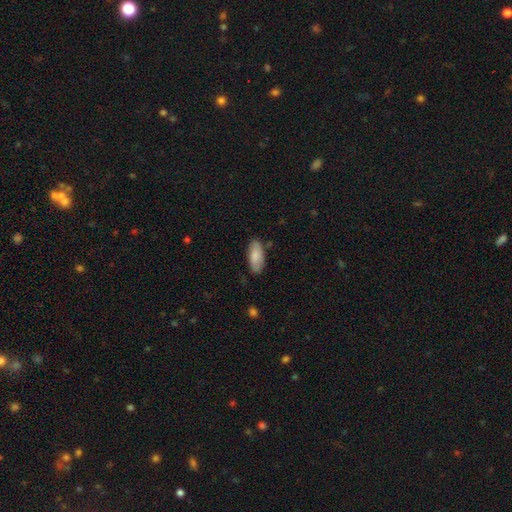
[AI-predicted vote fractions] Smooth or featured? smooth (83%)
How rounded? in between (85%)
Merging? none (80%)